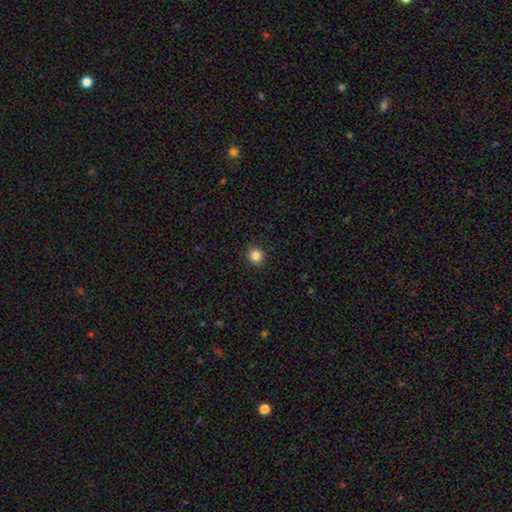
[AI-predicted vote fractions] The model was most divided on "smooth or featured": smooth: 85%, star or artifact: 11%, featured or disk: 4%. More confident: merging — none (92%); how rounded — round (92%).